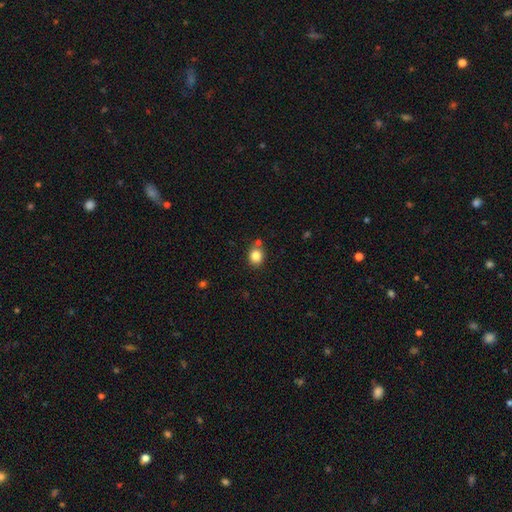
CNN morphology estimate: This appears to be a smooth galaxy with no disk features (83%) that is round (68%). Merging: none (73%).